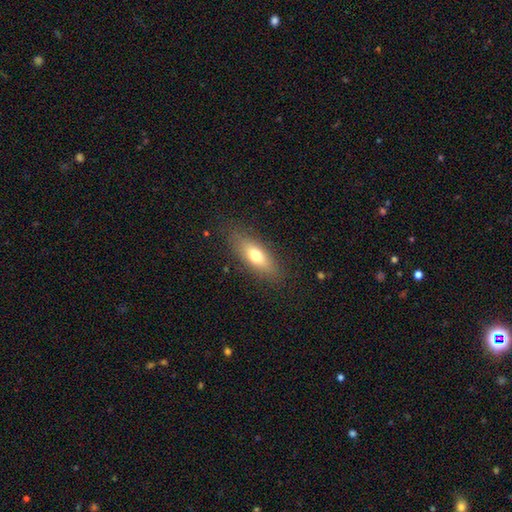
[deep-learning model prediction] A smooth galaxy with no disk features (69%) that is in between round and cigar-shaped (62%). Merging: none (84%).